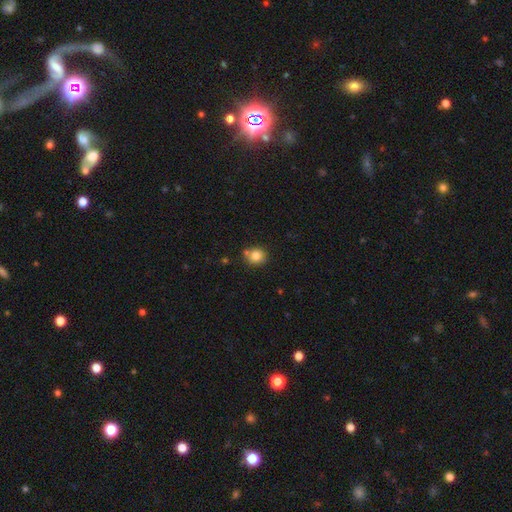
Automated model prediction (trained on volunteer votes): smooth-or-featured: smooth: 82% | star or artifact: 11% | featured or disk: 7%
  how-rounded: round: 84% | in between: 15% | cigar-shaped: 1%
  merging: none: 71% | merger: 14% | minor disturbance: 12% | major disturbance: 3%